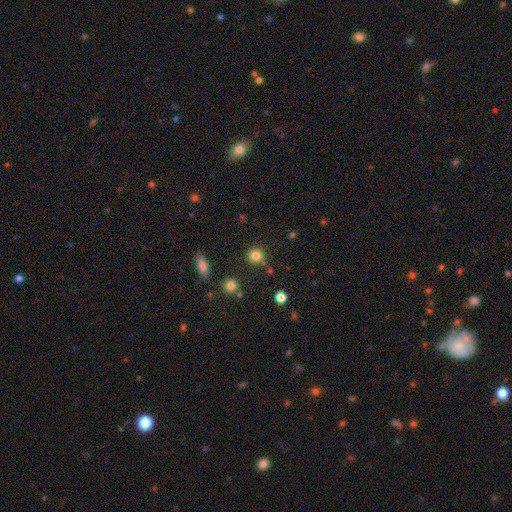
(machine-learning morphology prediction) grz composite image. It shows a smooth galaxy with no disk features (82%) that is round (92%). Merging: none (86%).